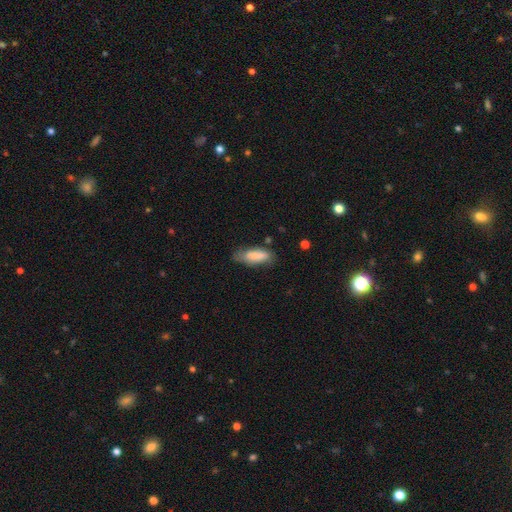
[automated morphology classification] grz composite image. It shows a smooth galaxy with no disk features (82%) that is in between round and cigar-shaped (64%). Merging: none (65%).